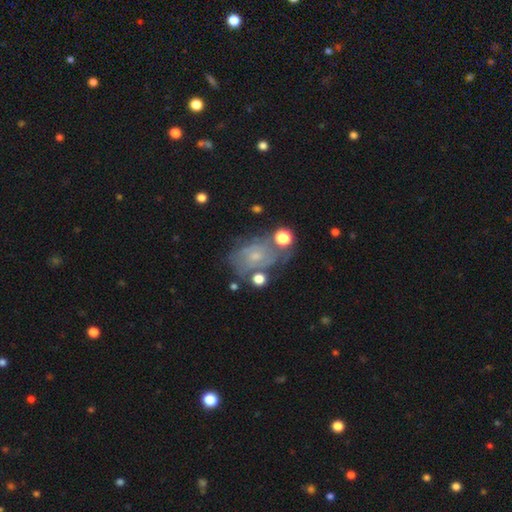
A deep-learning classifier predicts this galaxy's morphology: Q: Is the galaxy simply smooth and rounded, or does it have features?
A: featured or disk — 62%.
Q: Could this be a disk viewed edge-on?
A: no — 96%.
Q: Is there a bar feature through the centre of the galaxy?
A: no — 74%.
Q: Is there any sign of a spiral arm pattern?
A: yes — 76%.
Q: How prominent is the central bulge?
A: small — 69%.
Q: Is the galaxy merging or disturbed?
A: none — 52%.